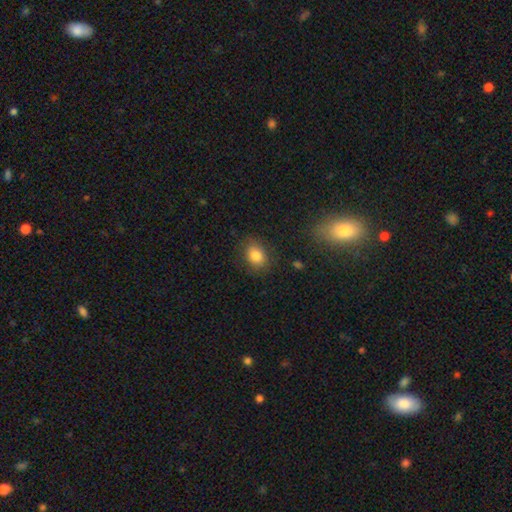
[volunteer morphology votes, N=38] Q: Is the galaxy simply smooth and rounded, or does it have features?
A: smooth — 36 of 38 (95%).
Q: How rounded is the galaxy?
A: in between — 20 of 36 (56%).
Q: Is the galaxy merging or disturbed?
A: none — 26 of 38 (68%).